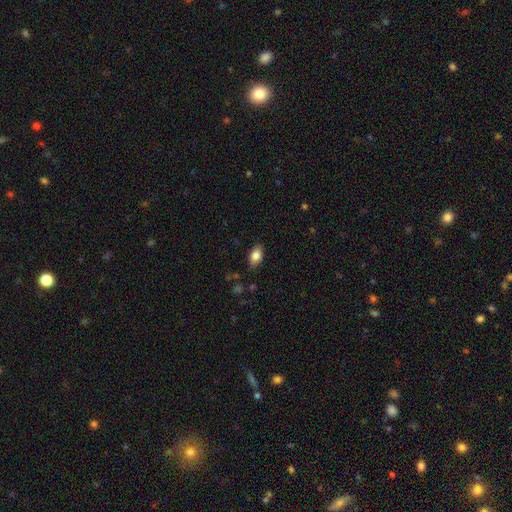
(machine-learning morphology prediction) The model was most divided on "merging": none: 84%, minor disturbance: 12%, major disturbance: 3%, merger: 1%. More confident: how rounded — in between (87%); smooth or featured — smooth (83%).